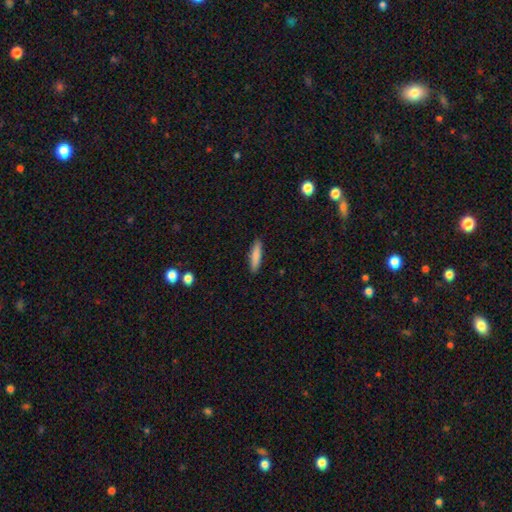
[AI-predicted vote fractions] Smooth or featured: smooth — 84% (featured or disk — 10%)
How rounded: cigar-shaped — 79% (in between — 20%)
Merging: none — 90% (minor disturbance — 7%)